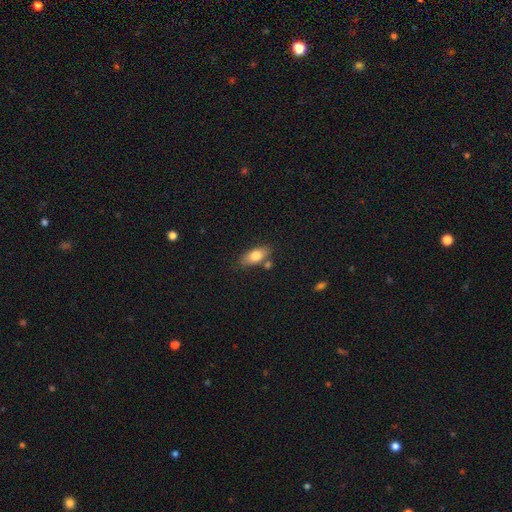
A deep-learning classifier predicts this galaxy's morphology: smooth_or_featured: smooth (p=0.76) [alt: featured or disk p=0.17]
how_rounded: in between (p=0.82) [alt: cigar-shaped p=0.13]
merging: none (p=0.72) [alt: minor disturbance p=0.15]